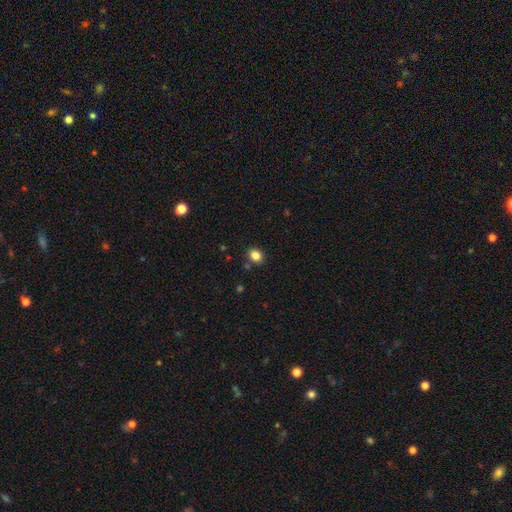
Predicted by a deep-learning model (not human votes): smooth-or-featured: smooth: 84% | star or artifact: 11% | featured or disk: 5%
  how-rounded: round: 51% | in between: 48% | cigar-shaped: 1%
  merging: none: 85% | minor disturbance: 10% | merger: 3% | major disturbance: 2%